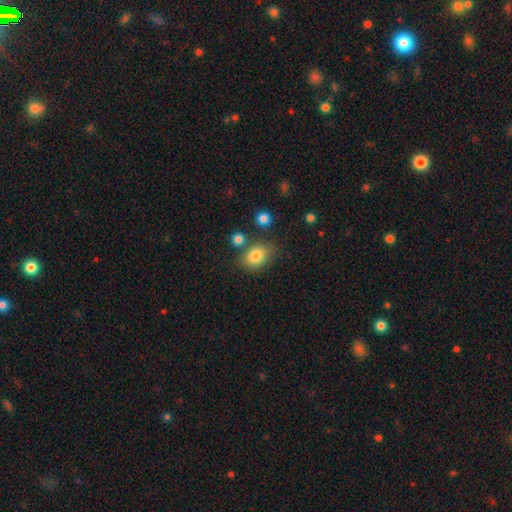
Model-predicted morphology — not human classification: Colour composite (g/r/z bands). It shows a smooth galaxy with no disk features (81%) that is in between round and cigar-shaped (70%). Merging: none (70%).